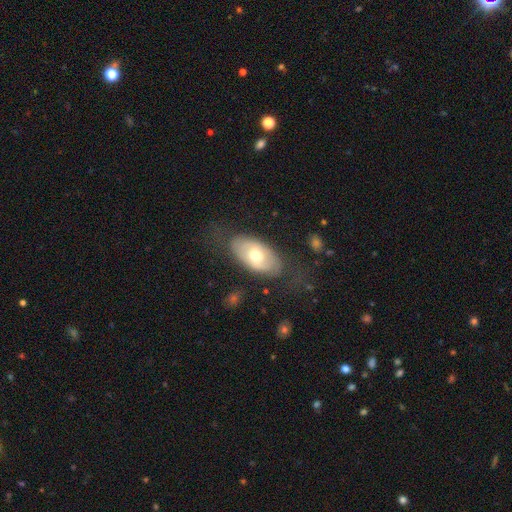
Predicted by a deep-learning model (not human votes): Smooth or featured? smooth (51%)
How rounded? in between (92%)
Merging? none (70%)